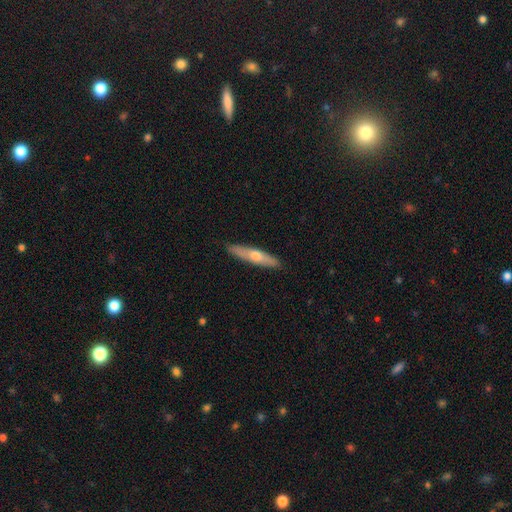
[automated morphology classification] Q: Smooth or featured?
A: smooth (50%); runner-up: featured or disk (45%)
Q: Merging?
A: none (90%); runner-up: minor disturbance (8%)